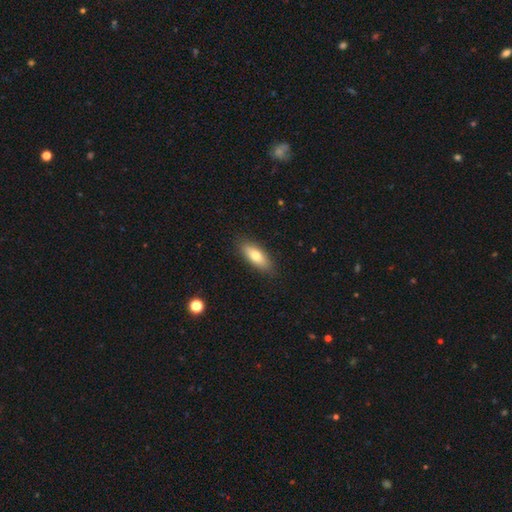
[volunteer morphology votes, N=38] smooth 66%, featured or disk 26%, star or artifact 8%. Down the decision tree: how rounded — in between (76%); merging — none (91%).